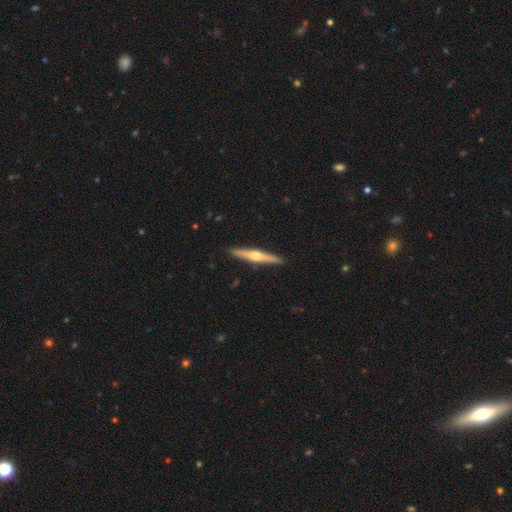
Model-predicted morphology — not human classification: smooth-or-featured: featured or disk: 71% | smooth: 24% | star or artifact: 5%
  disk-edge-on: yes: 98% | no: 2%
    edge-on-bulge: rounded: 93% | none: 4% | boxy: 3%
  merging: none: 92% | minor disturbance: 6% | major disturbance: 1% | merger: 1%